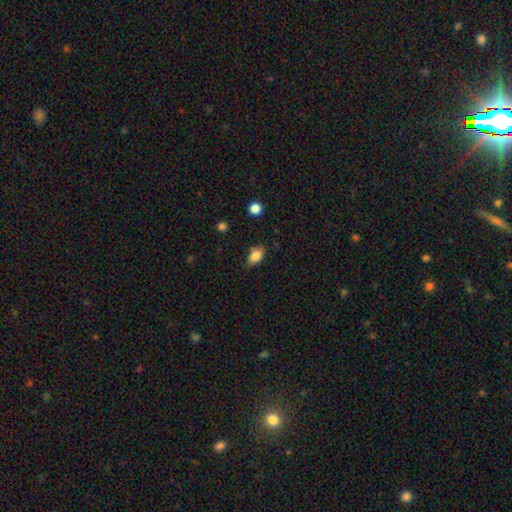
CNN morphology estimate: Smooth or featured?
  - smooth: 82% *
  - star or artifact: 9%
  - featured or disk: 9%
How rounded?
  - in between: 87% *
  - round: 10%
  - cigar-shaped: 3%
Merging?
  - none: 71% *
  - minor disturbance: 23%
  - major disturbance: 4%
  - merger: 3%